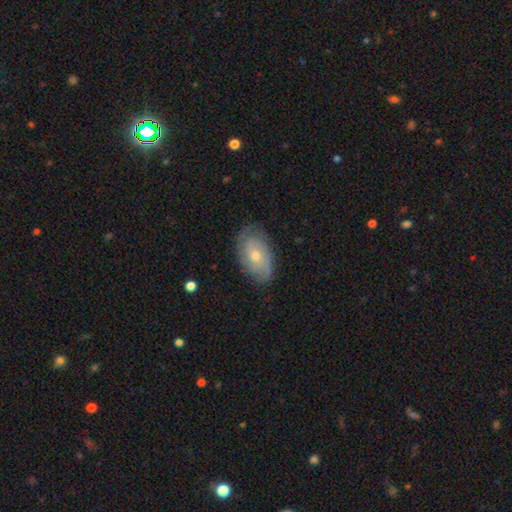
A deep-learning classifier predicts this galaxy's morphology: Smooth or featured?
  - featured or disk: 63% *
  - smooth: 30%
  - star or artifact: 7%
Edge-on disk?
  - no: 94% *
  - yes: 6%
Bar?
  - no: 76% *
  - weak: 21%
  - strong: 3%
Spiral arms?
  - yes: 83% *
  - no: 17%
Bulge size?
  - moderate: 54% *
  - small: 42%
  - large: 2%
  - none: 1%
  - dominant: 1%
Merging?
  - none: 76% *
  - minor disturbance: 19%
  - major disturbance: 4%
  - merger: 1%